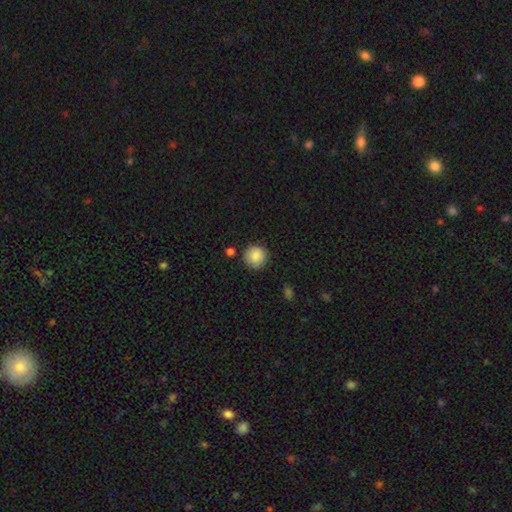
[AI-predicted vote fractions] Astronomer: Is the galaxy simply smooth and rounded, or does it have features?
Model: smooth — 88%.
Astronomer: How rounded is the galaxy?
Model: round — 95%.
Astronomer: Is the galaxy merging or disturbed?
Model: none — 87%.